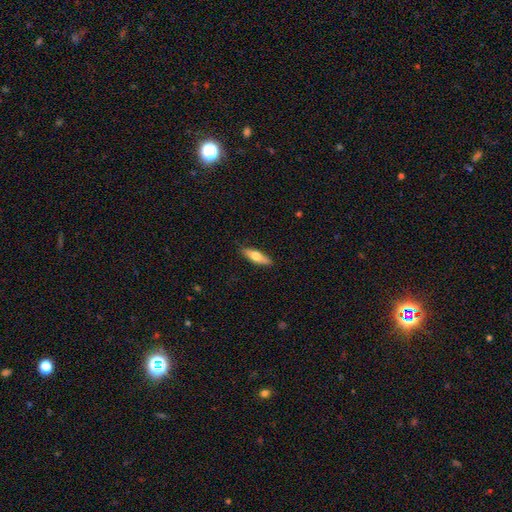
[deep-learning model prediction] Smooth or featured? smooth (58%)
How rounded? cigar-shaped (56%)
Merging? none (87%)